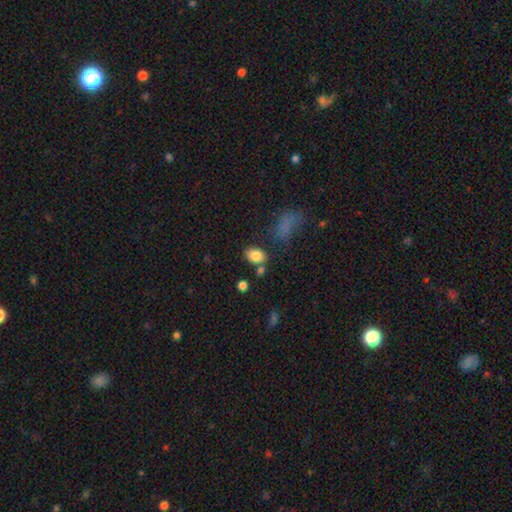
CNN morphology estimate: Overall: smooth (83%). How rounded: in between (78%). Merging: none (69%).